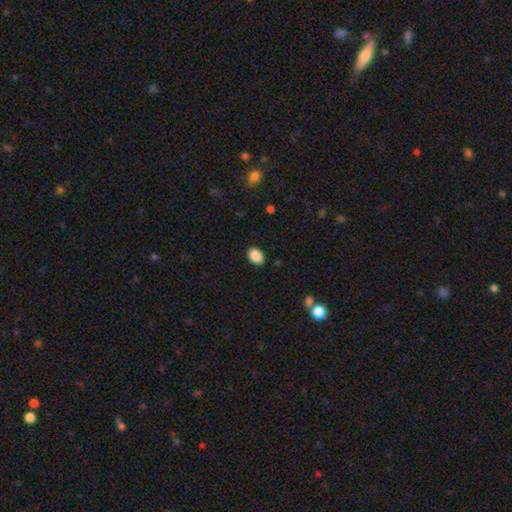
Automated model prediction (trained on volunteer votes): Overall: smooth (89%). How rounded: in between (82%). Merging: none (89%).